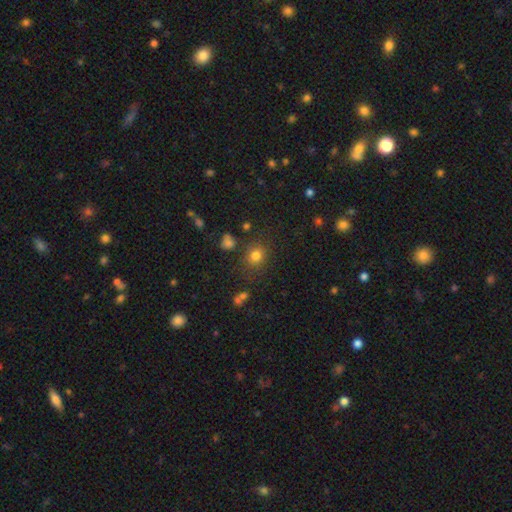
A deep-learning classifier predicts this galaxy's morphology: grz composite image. It shows a smooth galaxy with no disk features (77%) that is round (72%). Merging: none (76%).